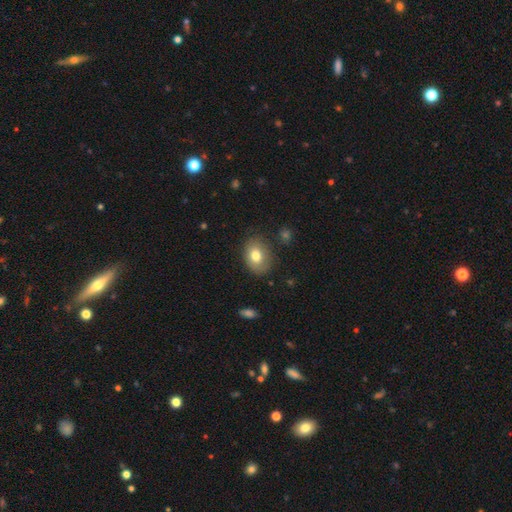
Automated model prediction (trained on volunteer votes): Q: Smooth or featured?
A: smooth (76%); runner-up: featured or disk (16%)
Q: How rounded?
A: in between (71%); runner-up: round (28%)
Q: Merging?
A: none (78%); runner-up: minor disturbance (16%)